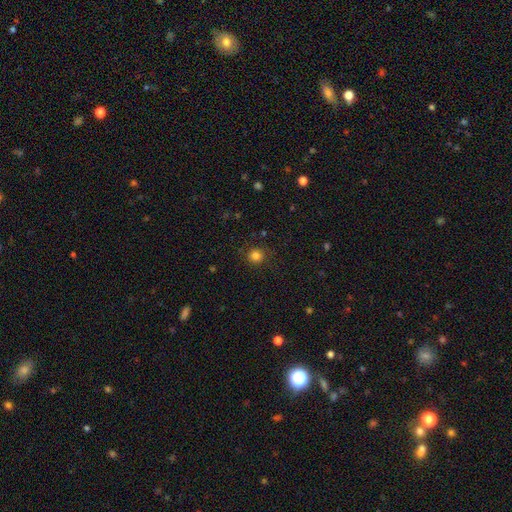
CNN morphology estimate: A smooth galaxy with no disk features (82%) that is round (93%). Merging: none (87%).